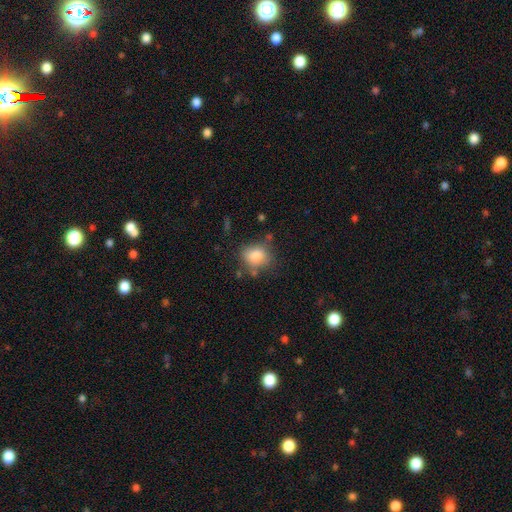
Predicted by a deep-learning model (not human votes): smooth_or_featured: smooth (p=0.82) [alt: star or artifact p=0.10]
how_rounded: round (p=0.58) [alt: in between p=0.41]
merging: none (p=0.68) [alt: minor disturbance p=0.19]